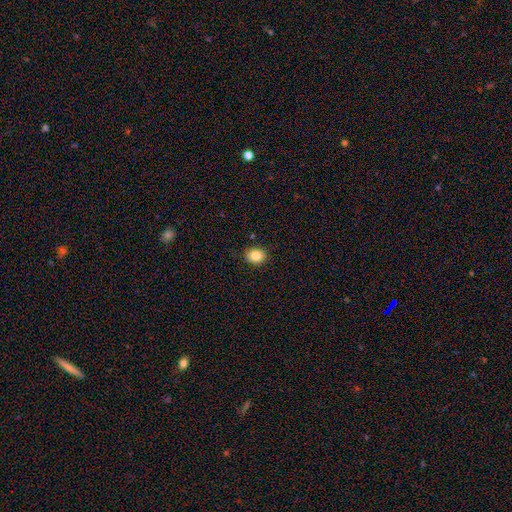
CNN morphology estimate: Smooth or featured? smooth (85%)
How rounded? round (63%)
Merging? none (89%)